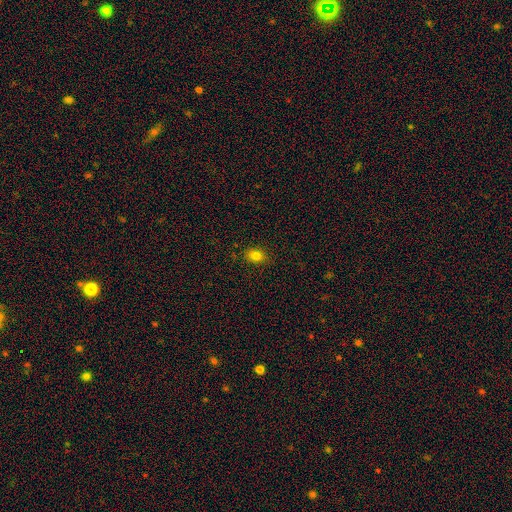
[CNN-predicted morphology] smooth-or-featured: smooth: 80% | star or artifact: 12% | featured or disk: 7%
  how-rounded: in between: 77% | round: 22% | cigar-shaped: 1%
  merging: none: 86% | minor disturbance: 10% | major disturbance: 2% | merger: 1%